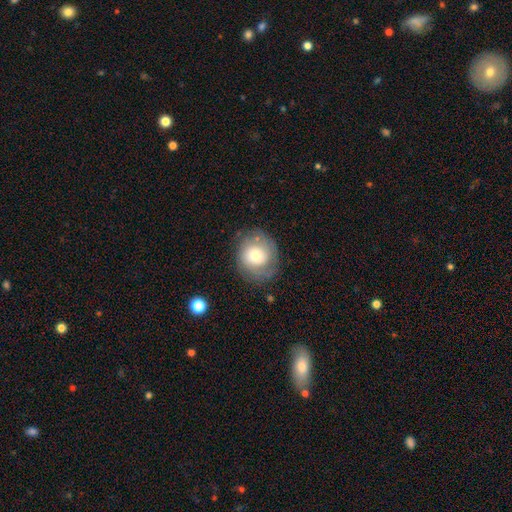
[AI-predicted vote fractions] This is possibly a smooth galaxy (54%). How rounded: clearly round (82%). Merging: likely none (73%).